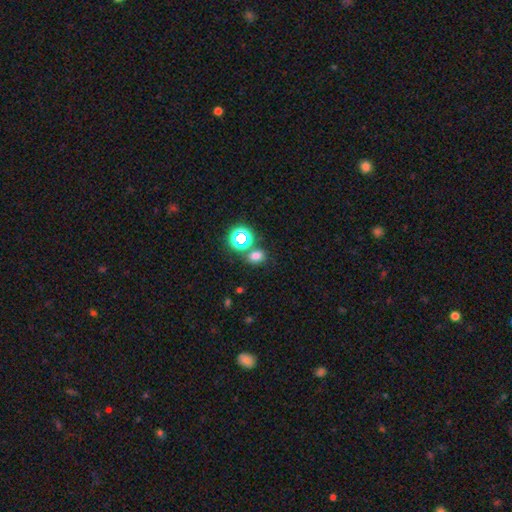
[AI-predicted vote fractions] smooth-or-featured: smooth: 68% | star or artifact: 26% | featured or disk: 6%
  how-rounded: in between: 51% | round: 48% | cigar-shaped: 1%
  merging: none: 72% | merger: 14% | minor disturbance: 10% | major disturbance: 4%